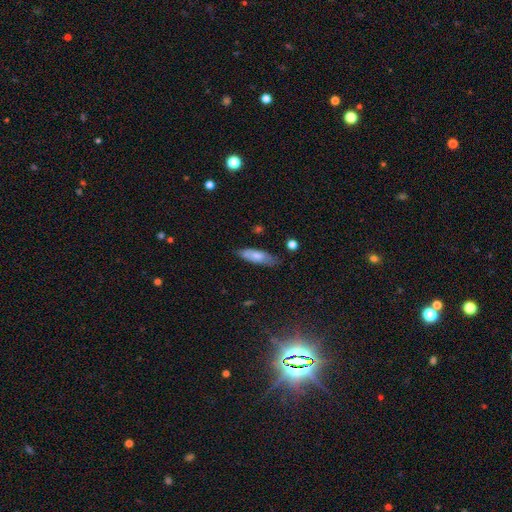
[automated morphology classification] smooth_or_featured: smooth (p=0.70) [alt: featured or disk p=0.24]
how_rounded: in between (p=0.56) [alt: cigar-shaped p=0.42]
merging: none (p=0.69) [alt: minor disturbance p=0.23]